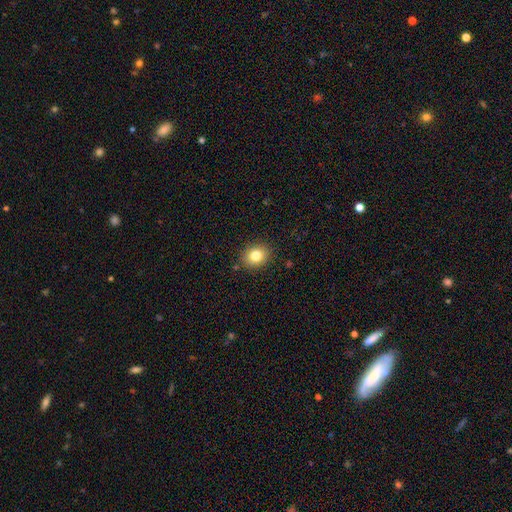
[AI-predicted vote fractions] smooth 82%, star or artifact 10%, featured or disk 8%. Down the decision tree: how rounded — round (58%); merging — none (88%).